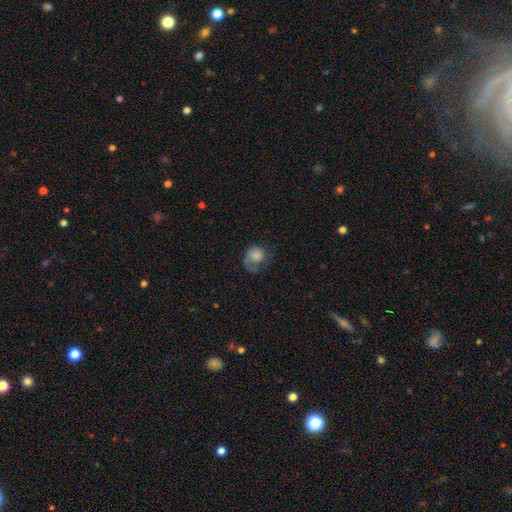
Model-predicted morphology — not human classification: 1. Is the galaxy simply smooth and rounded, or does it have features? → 60% smooth, 32% featured or disk, 8% star or artifact.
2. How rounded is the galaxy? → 69% round, 30% in between, 1% cigar-shaped.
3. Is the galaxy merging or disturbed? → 39% none, 33% major disturbance, 26% minor disturbance, 2% merger.